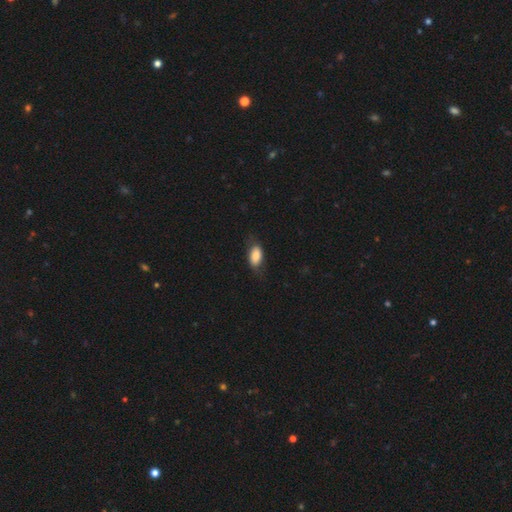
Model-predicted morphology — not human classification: Smooth or featured?
  - smooth: 81% *
  - featured or disk: 12%
  - star or artifact: 7%
How rounded?
  - in between: 90% *
  - round: 6%
  - cigar-shaped: 5%
Merging?
  - none: 69% *
  - minor disturbance: 22%
  - major disturbance: 8%
  - merger: 1%